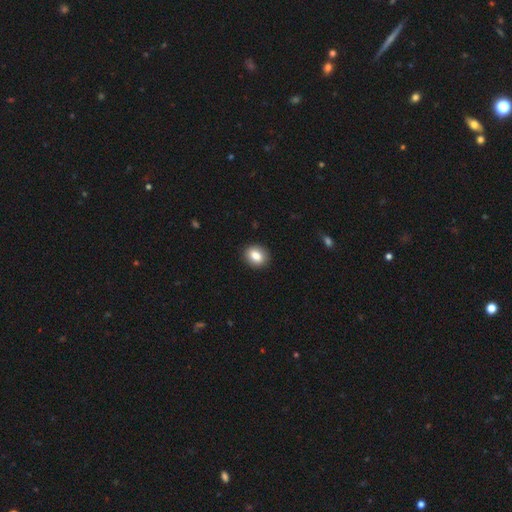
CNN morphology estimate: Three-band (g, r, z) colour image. It shows a smooth galaxy with no disk features (84%) that is round (51%). Merging: none (90%).